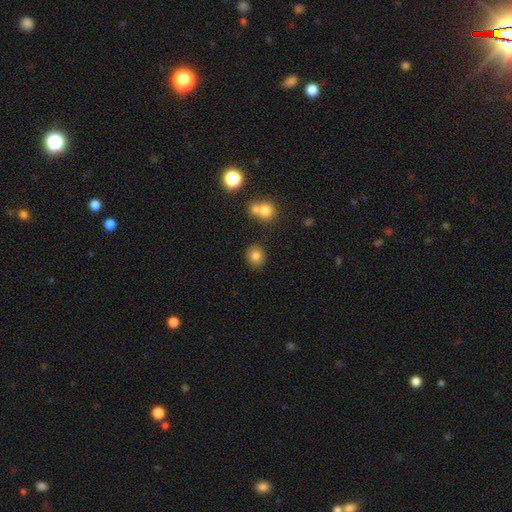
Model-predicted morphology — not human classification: A smooth galaxy with no disk features (81%) that is round (82%). Merging: none (84%).